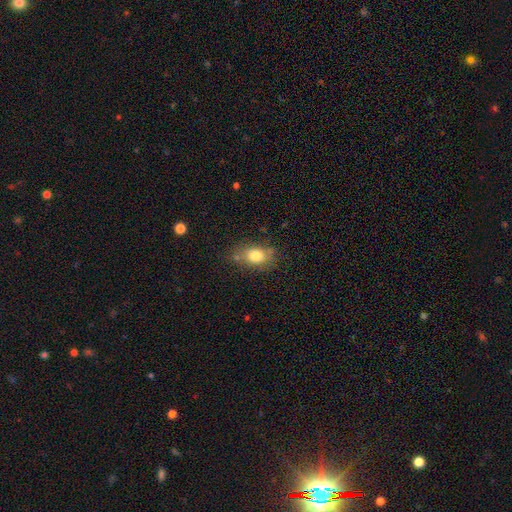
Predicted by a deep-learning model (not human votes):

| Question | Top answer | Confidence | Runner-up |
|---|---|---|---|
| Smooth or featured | smooth | 79% | featured or disk (12%) |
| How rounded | in between | 73% | round (25%) |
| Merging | none | 66% | minor disturbance (21%) |